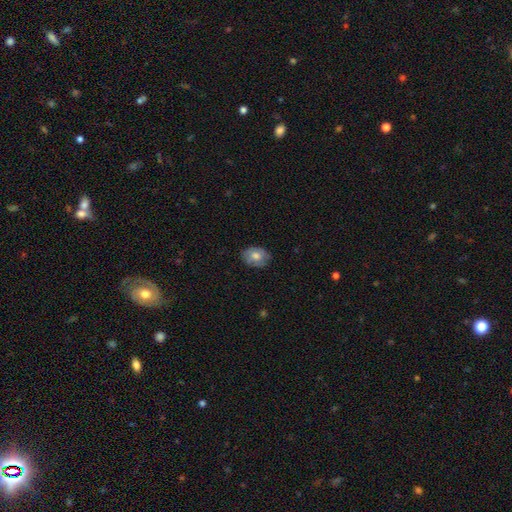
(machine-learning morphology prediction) Smooth or featured? smooth (69%)
How rounded? in between (70%)
Merging? none (77%)